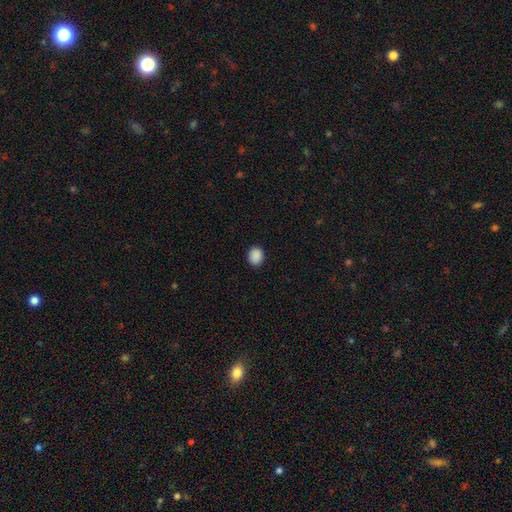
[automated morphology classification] This is clearly a smooth galaxy (89%). How rounded: possibly round (57%). Merging: clearly none (89%).